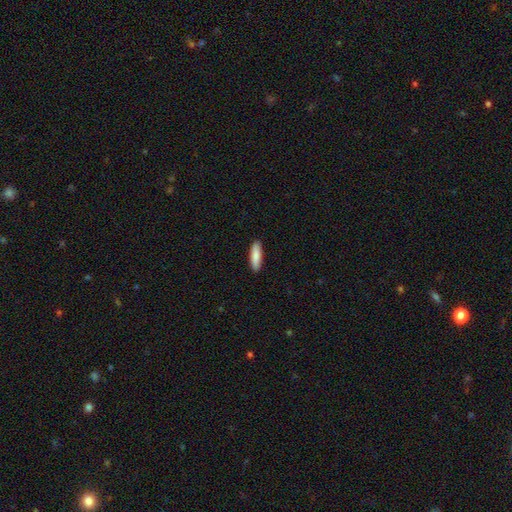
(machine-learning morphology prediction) Smooth or featured? Predicted: smooth (p=0.86). How rounded? Predicted: cigar-shaped (p=0.63). Merging? Predicted: none (p=0.90).